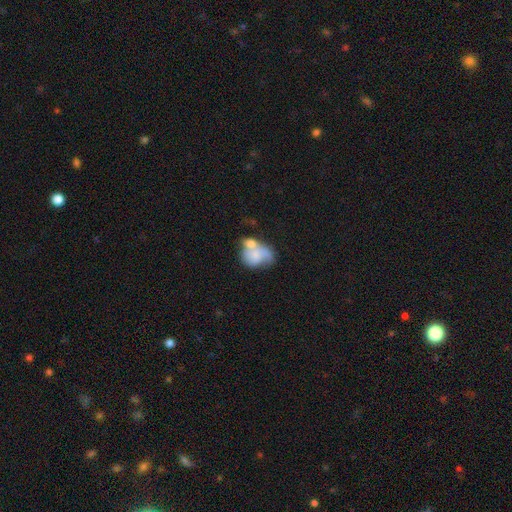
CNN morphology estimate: Smooth or featured? smooth (56%)
How rounded? in between (64%)
Merging? merger (52%)